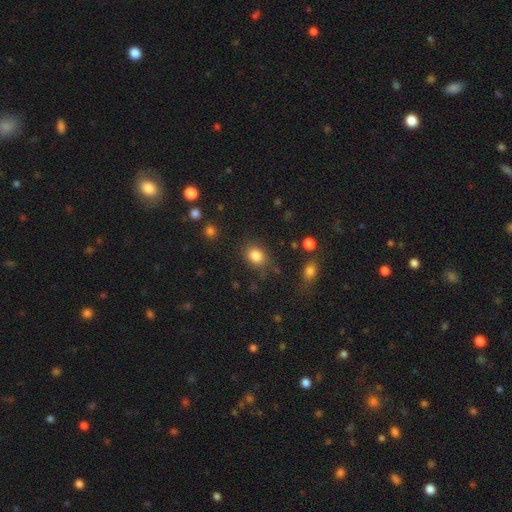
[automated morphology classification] This appears to be a smooth galaxy with no disk features (83%) that is round (57%). Merging: none (77%).